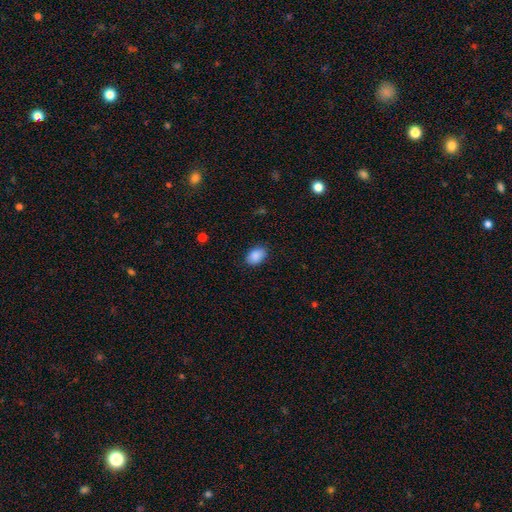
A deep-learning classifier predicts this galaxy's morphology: Smooth or featured?
  - smooth: 89% *
  - star or artifact: 7%
  - featured or disk: 3%
How rounded?
  - in between: 85% *
  - round: 14%
  - cigar-shaped: 1%
Merging?
  - none: 85% *
  - minor disturbance: 11%
  - major disturbance: 3%
  - merger: 1%